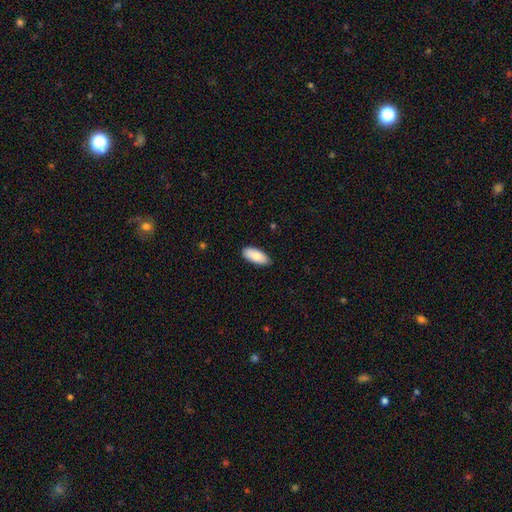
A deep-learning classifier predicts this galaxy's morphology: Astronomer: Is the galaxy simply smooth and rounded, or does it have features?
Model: smooth — 84%.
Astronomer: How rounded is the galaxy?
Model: in between — 89%.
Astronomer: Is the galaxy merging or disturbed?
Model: none — 85%.